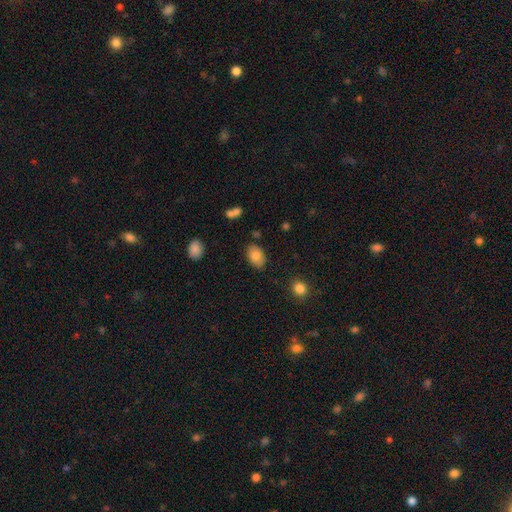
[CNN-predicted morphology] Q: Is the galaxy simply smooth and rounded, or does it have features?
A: smooth — 79%.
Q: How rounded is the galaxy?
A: in between — 85%.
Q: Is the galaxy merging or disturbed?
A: none — 81%.